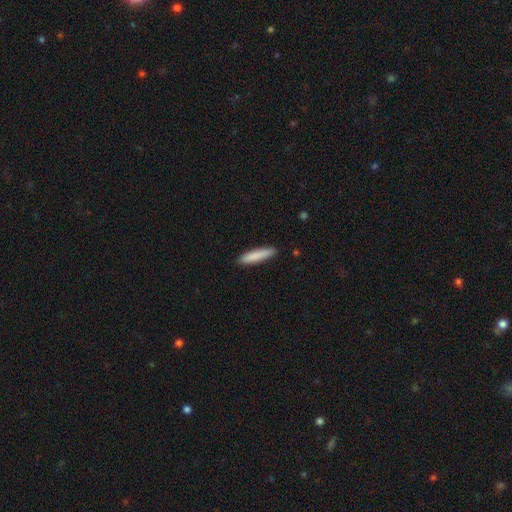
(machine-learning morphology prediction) smooth-or-featured: smooth: 84% | featured or disk: 10% | star or artifact: 6%
  how-rounded: cigar-shaped: 87% | in between: 12% | round: 1%
  merging: none: 89% | minor disturbance: 8% | major disturbance: 2% | merger: 1%